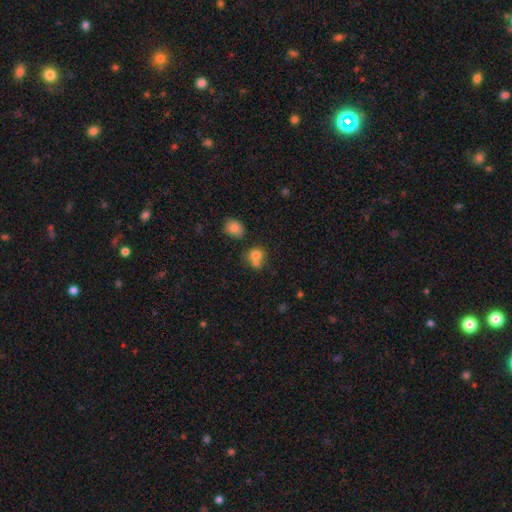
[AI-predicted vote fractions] Morphology: type=smooth (75%); roundness=round (75%); merging=merger (49%).